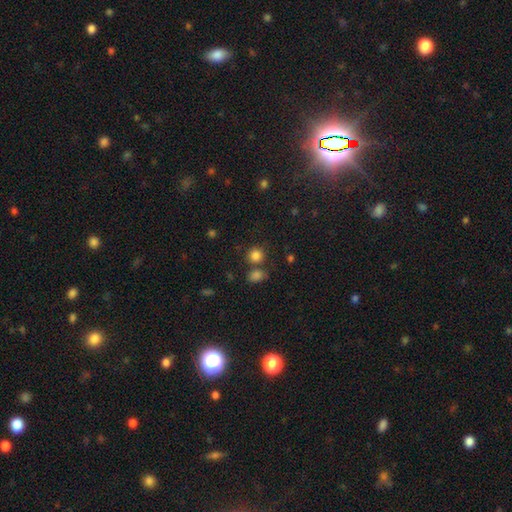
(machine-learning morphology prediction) A smooth galaxy with no disk features (82%) that is round (85%). Merging: none (68%).